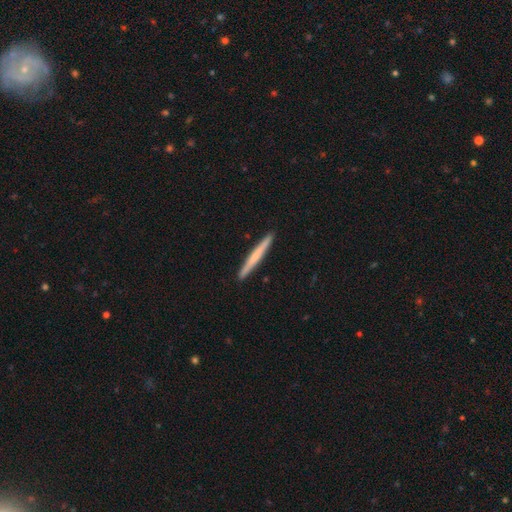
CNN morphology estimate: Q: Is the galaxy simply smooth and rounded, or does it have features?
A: smooth — 57%.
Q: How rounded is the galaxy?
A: cigar-shaped — 97%.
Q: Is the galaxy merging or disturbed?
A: none — 93%.